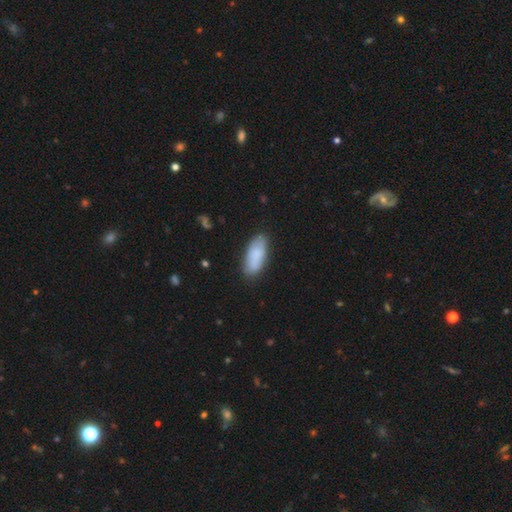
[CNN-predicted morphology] type=smooth (83%); roundness=in between (83%); merging=none (81%).